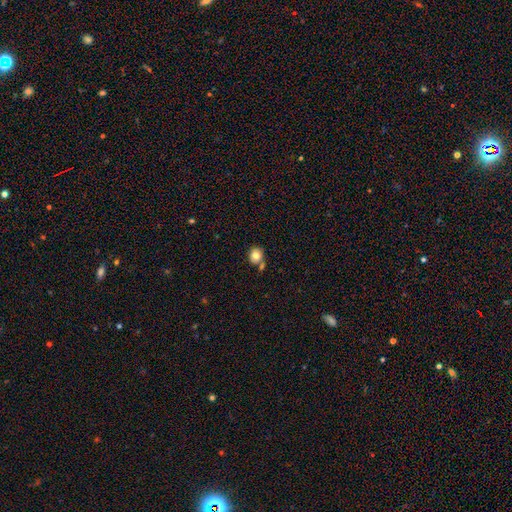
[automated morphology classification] The model was most divided on "merging": none: 60%, merger: 21%, minor disturbance: 14%, major disturbance: 4%. More confident: smooth or featured — smooth (80%); how rounded — round (75%).